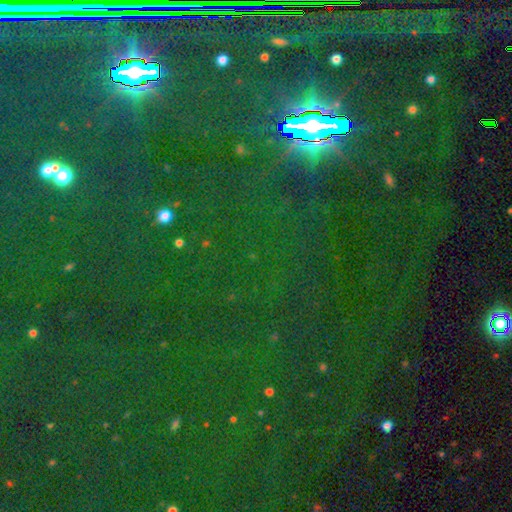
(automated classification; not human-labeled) Smooth or featured?
  - star or artifact: 84% *
  - smooth: 9%
  - featured or disk: 7%